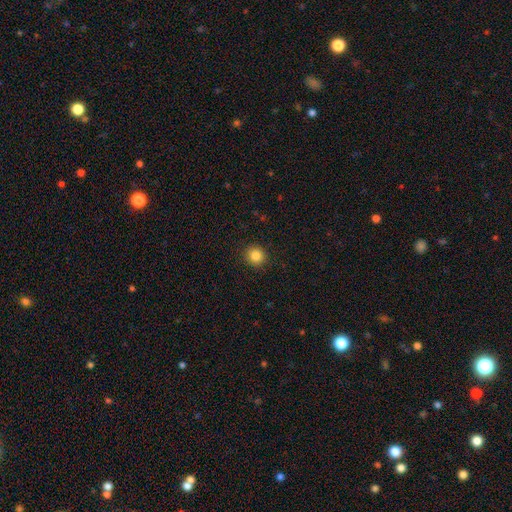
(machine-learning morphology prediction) The model was most divided on "smooth or featured": smooth: 84%, star or artifact: 11%, featured or disk: 5%. More confident: merging — none (92%); how rounded — round (91%).